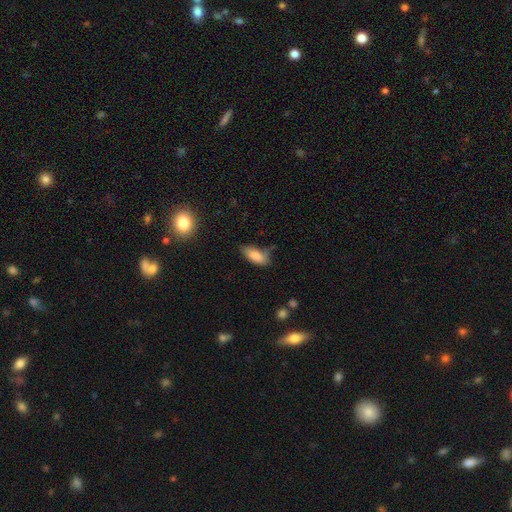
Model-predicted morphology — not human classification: Smooth or featured? Predicted: smooth (p=0.83). How rounded? Predicted: in between (p=0.86). Merging? Predicted: none (p=0.56).